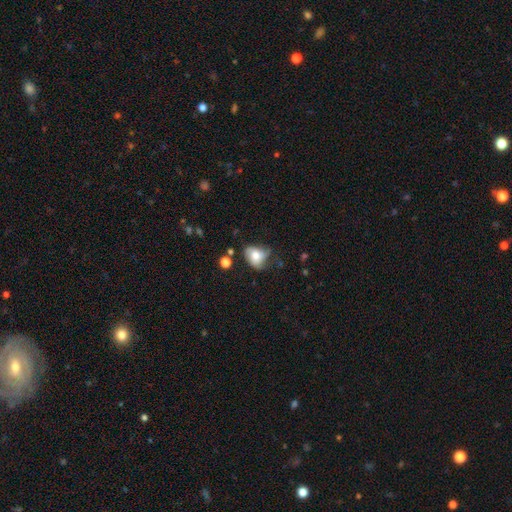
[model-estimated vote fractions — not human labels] Smooth or featured: smooth — 62% (featured or disk — 28%)
How rounded: in between — 65% (round — 34%)
Merging: none — 40% (minor disturbance — 35%)